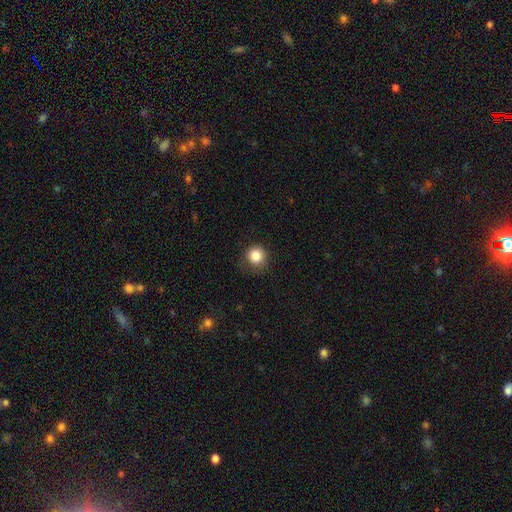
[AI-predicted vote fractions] This appears to be a smooth galaxy with no disk features (85%) that is round (91%). Merging: none (77%).